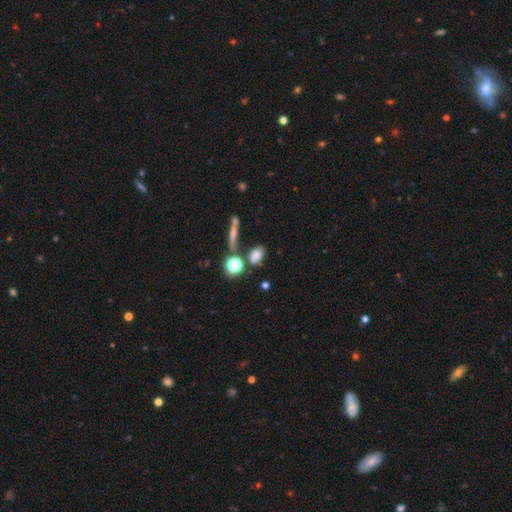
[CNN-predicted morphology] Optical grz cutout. It shows a smooth galaxy with no disk features (70%) that is in between round and cigar-shaped (57%). Merging: none (59%).